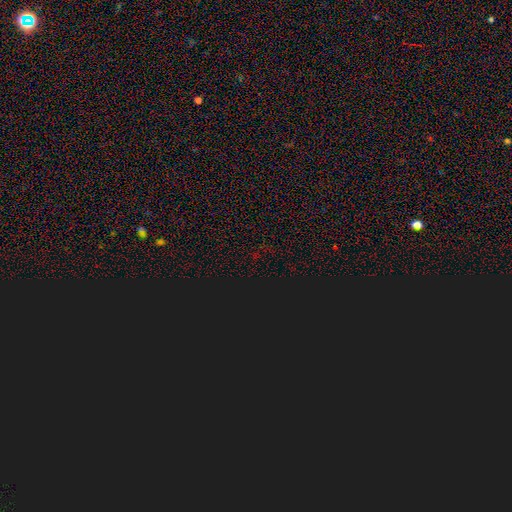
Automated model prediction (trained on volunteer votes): Q: Smooth or featured?
A: star or artifact (79%); runner-up: smooth (14%)